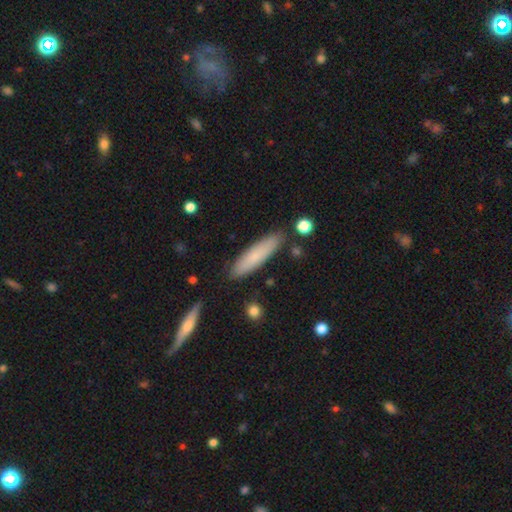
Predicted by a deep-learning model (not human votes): smooth-or-featured: smooth: 76% | featured or disk: 17% | star or artifact: 7%
  how-rounded: cigar-shaped: 77% | in between: 21% | round: 1%
  merging: none: 85% | minor disturbance: 10% | merger: 3% | major disturbance: 2%